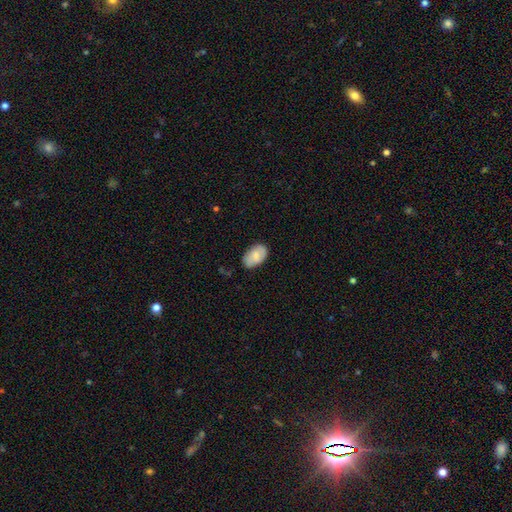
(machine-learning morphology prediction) Smooth or featured? smooth (75%)
How rounded? in between (92%)
Merging? none (74%)